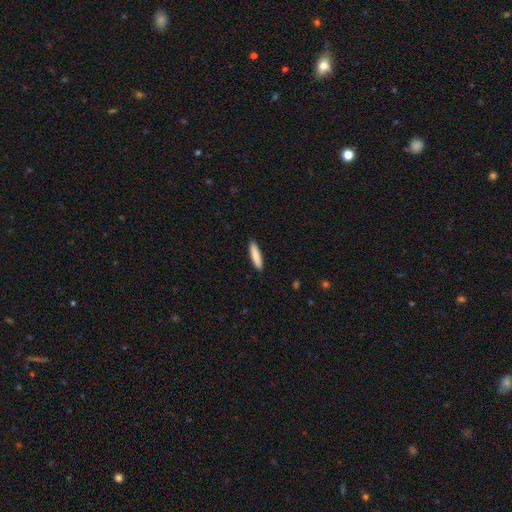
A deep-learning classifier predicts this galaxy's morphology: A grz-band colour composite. It shows a smooth galaxy with no disk features (85%) that is cigar-shaped (80%). Merging: none (91%).